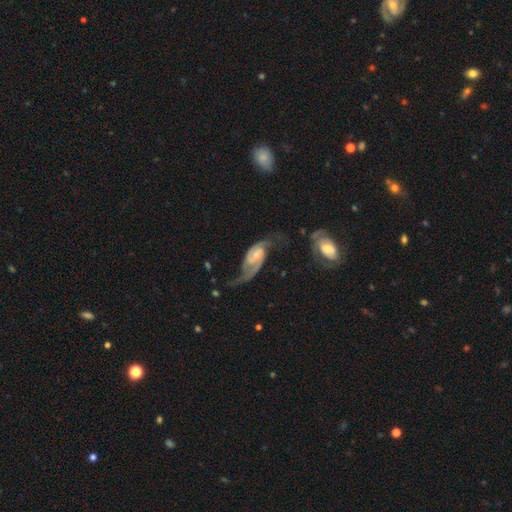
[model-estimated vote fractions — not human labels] This appears to be a featured or disk galaxy (88%) with no bar (51%), 2 (89%) medium (43%) spiral arms (96%) and a small central bulge (48%). Merging: none (48%).